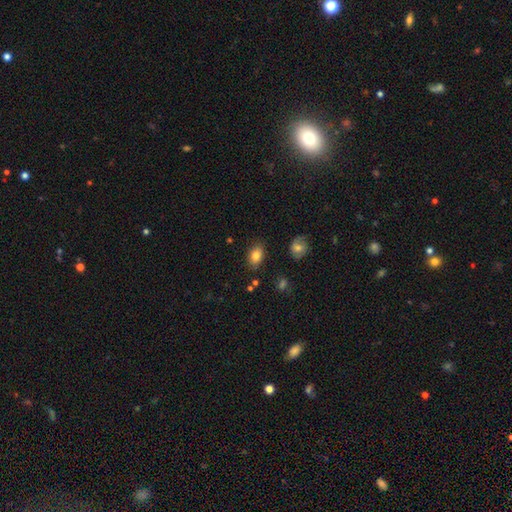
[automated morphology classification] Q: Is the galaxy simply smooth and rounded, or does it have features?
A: smooth — 83%.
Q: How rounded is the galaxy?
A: in between — 86%.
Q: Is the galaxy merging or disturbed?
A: none — 84%.